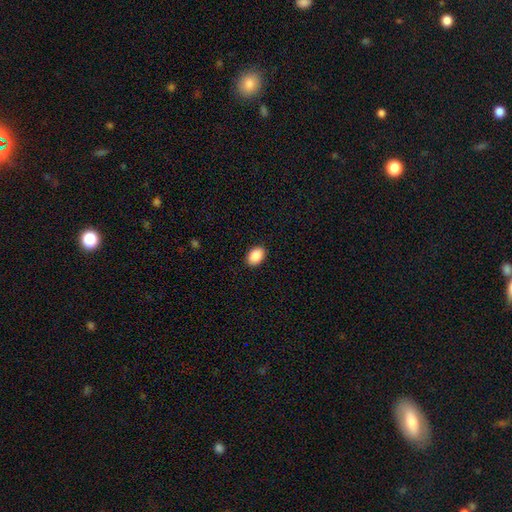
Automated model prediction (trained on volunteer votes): A smooth galaxy with no disk features (90%) that is in between round and cigar-shaped (84%). Merging: none (90%).